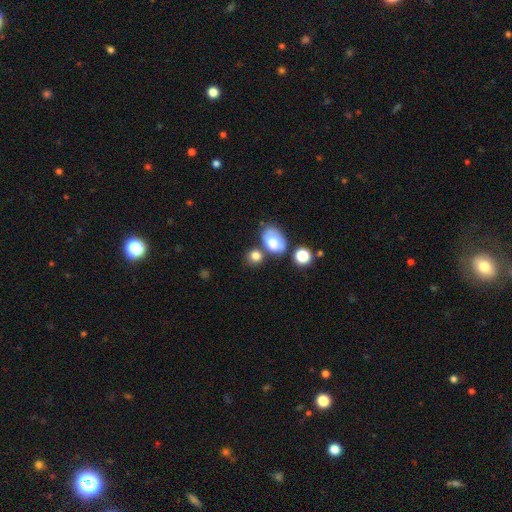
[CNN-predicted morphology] smooth_or_featured: smooth (p=0.76) [alt: featured or disk p=0.14]
how_rounded: in between (p=0.52) [alt: round p=0.47]
merging: none (p=0.51) [alt: merger p=0.24]